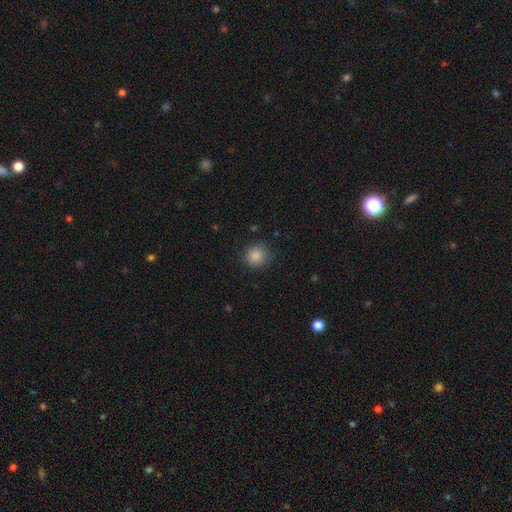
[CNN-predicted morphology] type=smooth (86%); roundness=round (86%); merging=none (81%).